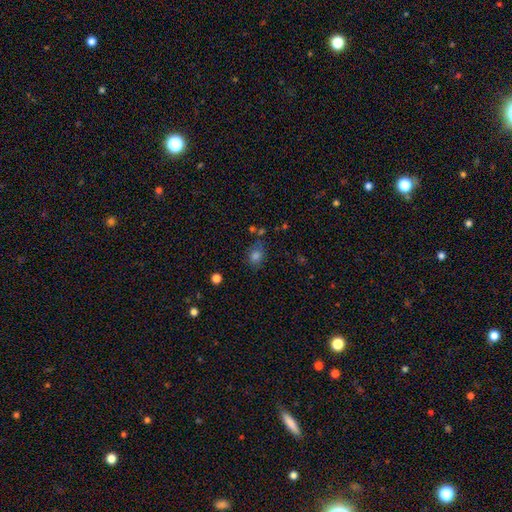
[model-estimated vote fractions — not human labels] Q: Smooth or featured?
A: smooth (77%); runner-up: star or artifact (15%)
Q: How rounded?
A: round (54%); runner-up: in between (45%)
Q: Merging?
A: none (67%); runner-up: minor disturbance (19%)